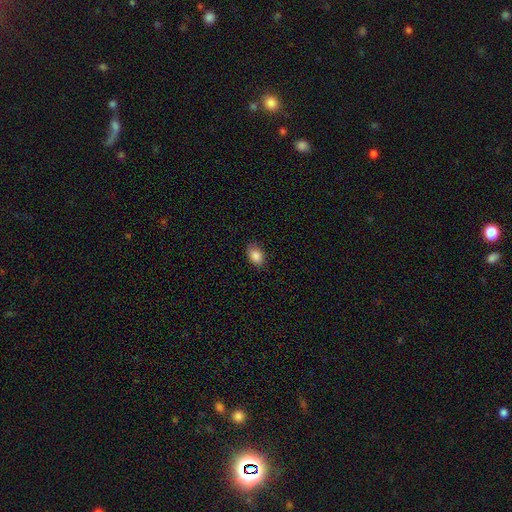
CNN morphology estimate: A smooth galaxy with no disk features (86%) that is in between round and cigar-shaped (78%).

Vote fractions:
- Smooth or featured? smooth: 86% / star or artifact: 8% / featured or disk: 5%
- How rounded? in between: 78% / round: 21% / cigar-shaped: 1%
- Merging? none: 81% / minor disturbance: 15% / major disturbance: 3% / merger: 1%